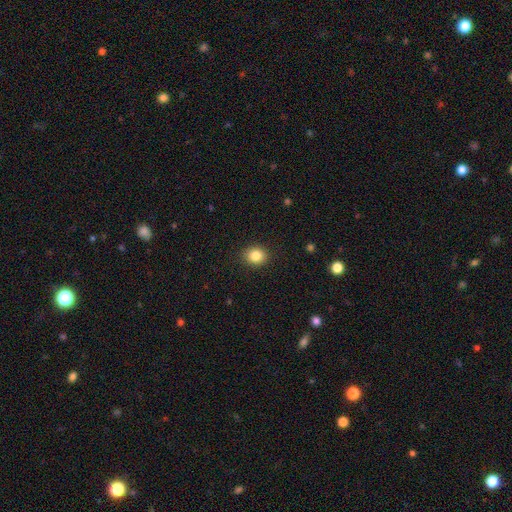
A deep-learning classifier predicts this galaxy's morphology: The model was most divided on "how rounded": round: 67%, in between: 32%, cigar-shaped: 1%. More confident: merging — none (90%); smooth or featured — smooth (85%).